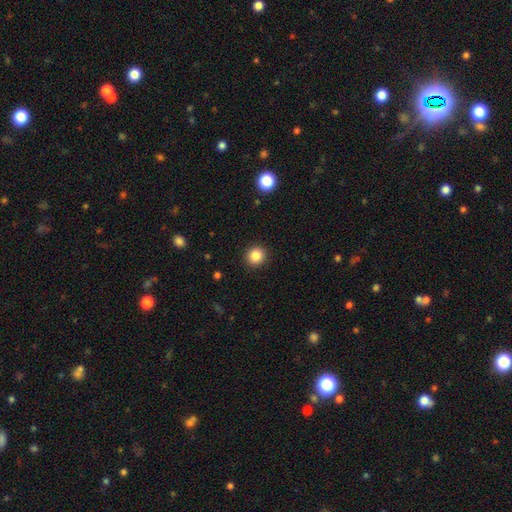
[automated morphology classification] Smooth or featured? smooth (85%)
How rounded? round (93%)
Merging? none (92%)